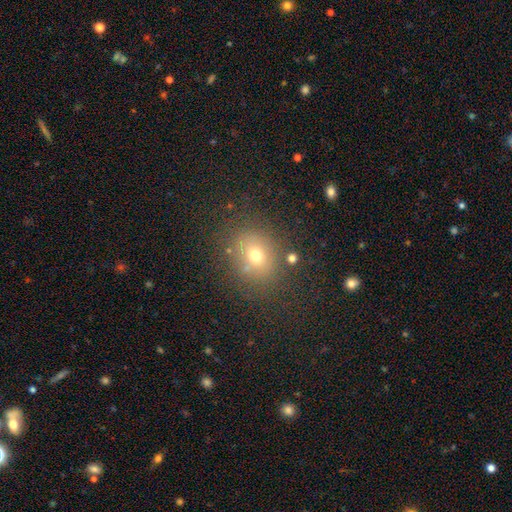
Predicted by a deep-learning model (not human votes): Morphology: type=smooth (67%); roundness=round (62%); merging=none (78%).